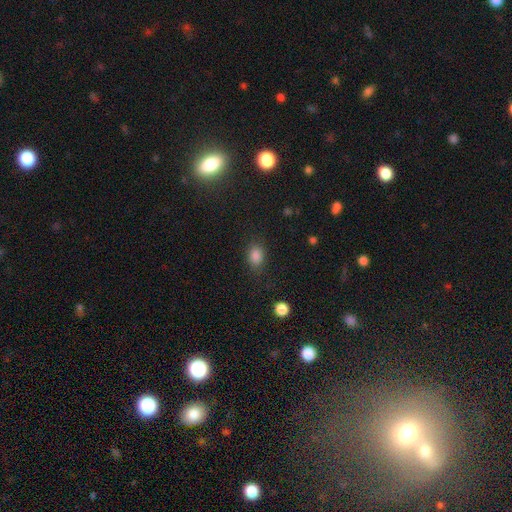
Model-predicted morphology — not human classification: Smooth or featured? Predicted: smooth (p=0.85). How rounded? Predicted: in between (p=0.73). Merging? Predicted: none (p=0.80).